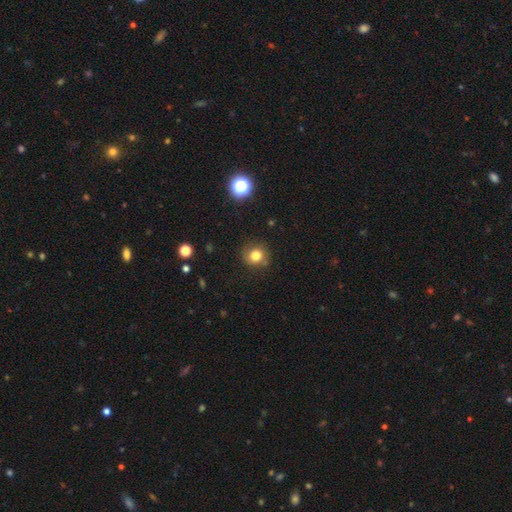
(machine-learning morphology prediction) Smooth or featured?
  - smooth: 79% *
  - star or artifact: 13%
  - featured or disk: 8%
How rounded?
  - round: 84% *
  - in between: 15%
  - cigar-shaped: 1%
Merging?
  - none: 82% *
  - minor disturbance: 13%
  - major disturbance: 3%
  - merger: 2%